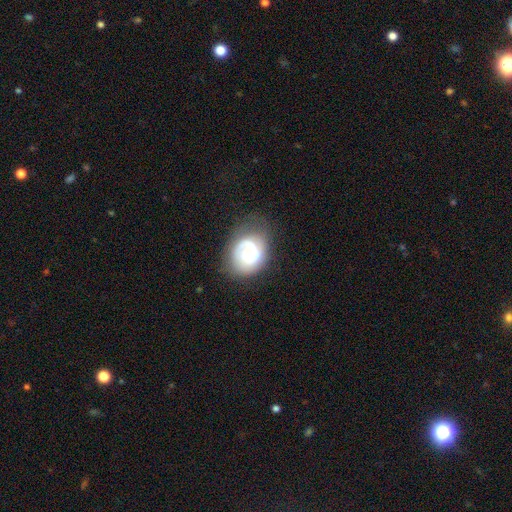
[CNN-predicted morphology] Smooth or featured?
  - featured or disk: 63% *
  - smooth: 30%
  - star or artifact: 7%
Edge-on disk?
  - no: 98% *
  - yes: 2%
Bar?
  - no: 67% *
  - weak: 28%
  - strong: 5%
Spiral arms?
  - yes: 81% *
  - no: 19%
Spiral winding?
  - tight: 40% *
  - medium: 38%
  - loose: 22%
Spiral arm count?
  - 1: 43% *
  - 2: 33%
  - can't tell: 17%
  - 3: 4%
  - 4: 1%
  - more than 4: 1%
Bulge size?
  - small: 45% *
  - moderate: 42%
  - large: 7%
  - none: 4%
  - dominant: 2%
Merging?
  - none: 60% *
  - minor disturbance: 22%
  - major disturbance: 15%
  - merger: 3%